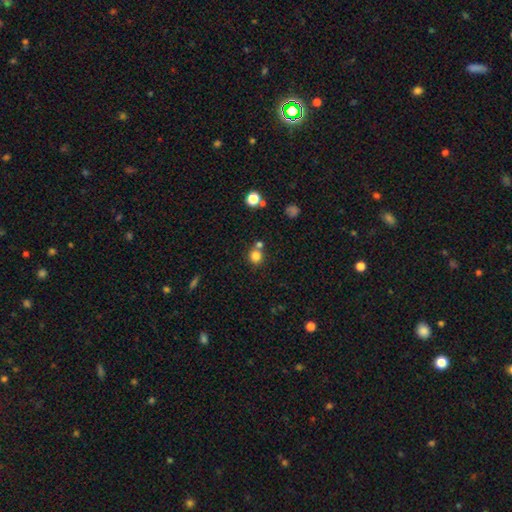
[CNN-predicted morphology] Smooth or featured: smooth — 80% (star or artifact — 13%)
How rounded: round — 89% (in between — 10%)
Merging: none — 62% (merger — 26%)